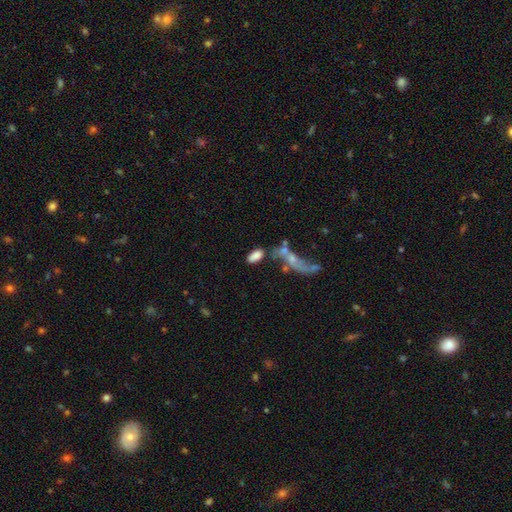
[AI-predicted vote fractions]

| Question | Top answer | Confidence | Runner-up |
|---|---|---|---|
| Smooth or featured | smooth | 77% | featured or disk (14%) |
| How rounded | in between | 90% | cigar-shaped (7%) |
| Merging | merger | 37% | tied: none (37%) |